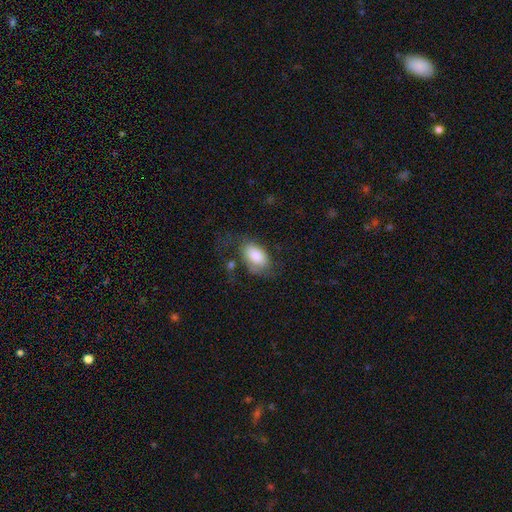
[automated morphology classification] This appears to be a smooth galaxy with no disk features (75%) that is in between round and cigar-shaped (93%). Merging: none (41%).